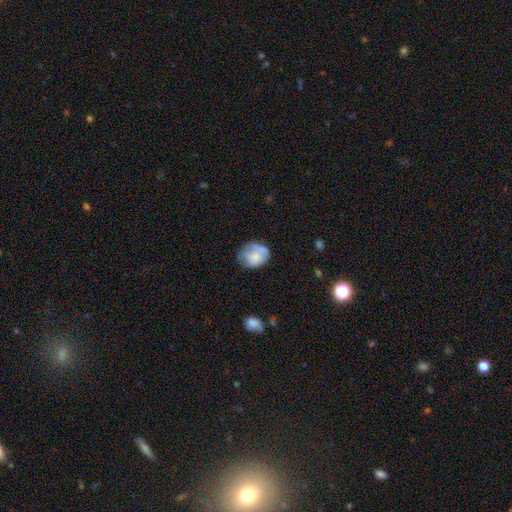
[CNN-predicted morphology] The model was most divided on "how rounded": in between: 51%, round: 48%, cigar-shaped: 1%. Remaining: smooth or featured — smooth (55%); merging — none (46%).